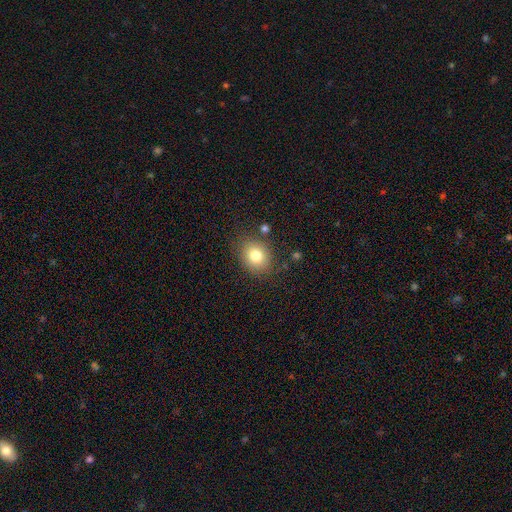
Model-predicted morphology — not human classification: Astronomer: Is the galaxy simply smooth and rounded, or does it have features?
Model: smooth — 80%.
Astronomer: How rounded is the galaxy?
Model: round — 63%.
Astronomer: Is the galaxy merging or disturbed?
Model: none — 82%.